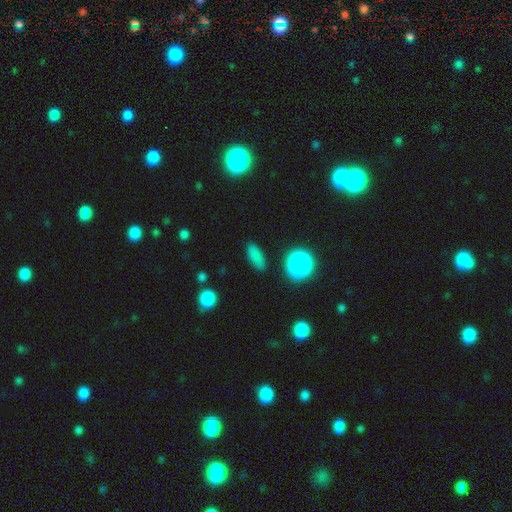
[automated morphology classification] This appears to be a smooth galaxy with no disk features (80%) that is in between round and cigar-shaped (73%). Merging: none (84%).